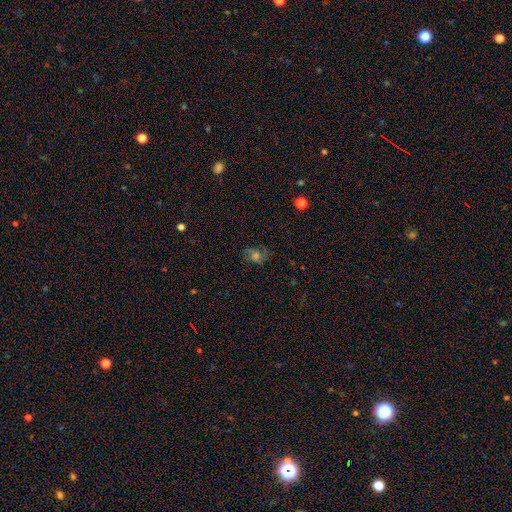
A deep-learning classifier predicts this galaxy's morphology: A featured or disk galaxy (47%). Merging: none (69%).